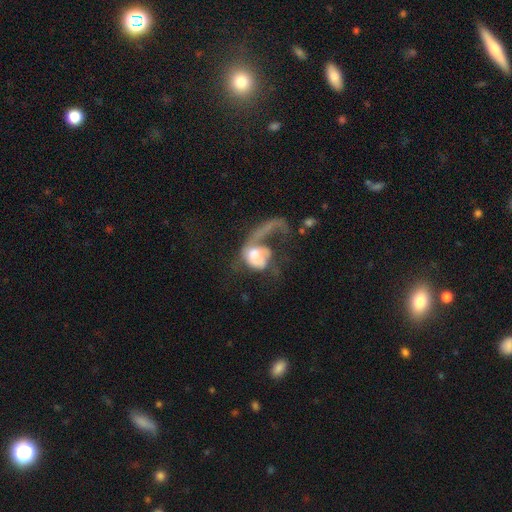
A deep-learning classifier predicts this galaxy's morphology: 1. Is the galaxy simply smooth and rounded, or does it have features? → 49% featured or disk, 42% smooth, 9% star or artifact.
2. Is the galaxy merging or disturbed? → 65% major disturbance, 16% merger, 12% none, 8% minor disturbance.